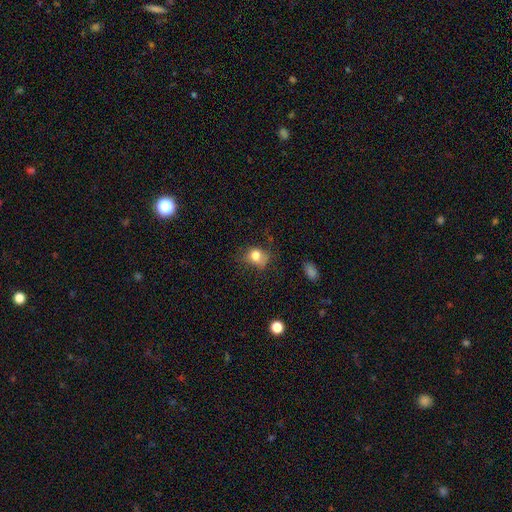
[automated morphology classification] Smooth or featured: smooth — 78% (featured or disk — 11%)
How rounded: round — 57% (in between — 42%)
Merging: none — 50% (minor disturbance — 31%)